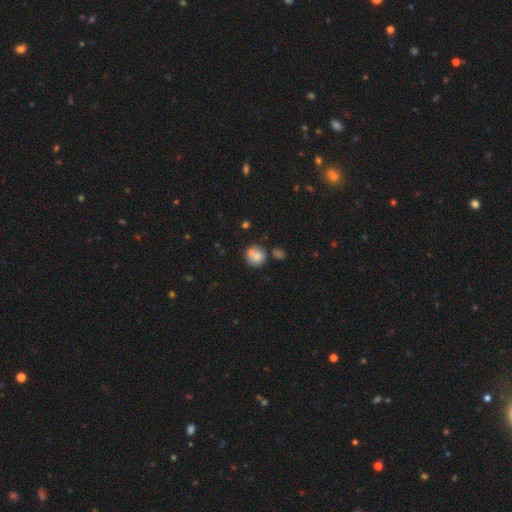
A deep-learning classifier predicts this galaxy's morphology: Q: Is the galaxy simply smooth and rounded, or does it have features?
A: smooth — 76%.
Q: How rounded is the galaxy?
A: round — 86%.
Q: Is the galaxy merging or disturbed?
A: none — 53%.